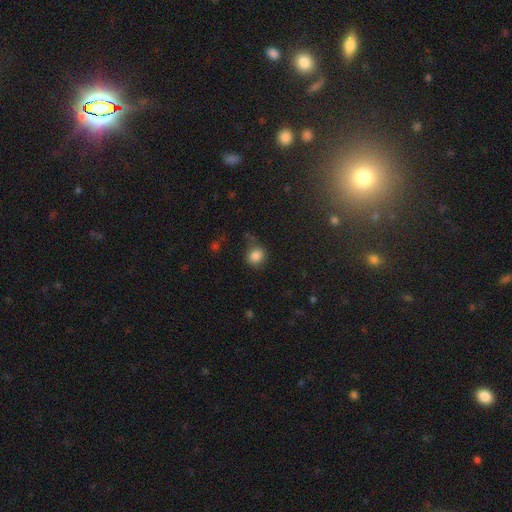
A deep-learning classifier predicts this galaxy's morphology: Smooth or featured: smooth — 82% (star or artifact — 12%)
How rounded: round — 73% (in between — 26%)
Merging: none — 65% (minor disturbance — 22%)